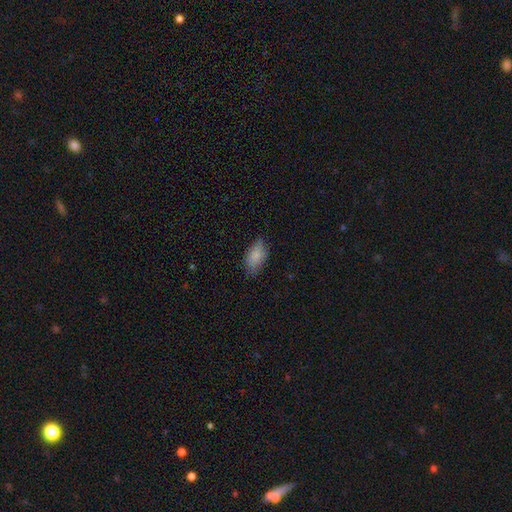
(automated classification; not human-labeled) smooth_or_featured: smooth (p=0.84) [alt: featured or disk p=0.09]
how_rounded: in between (p=0.92) [alt: cigar-shaped p=0.04]
merging: none (p=0.70) [alt: minor disturbance p=0.24]